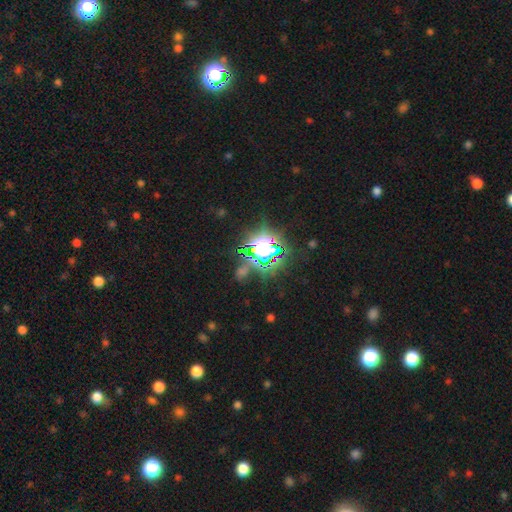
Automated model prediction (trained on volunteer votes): Smooth or featured? star or artifact (79%)